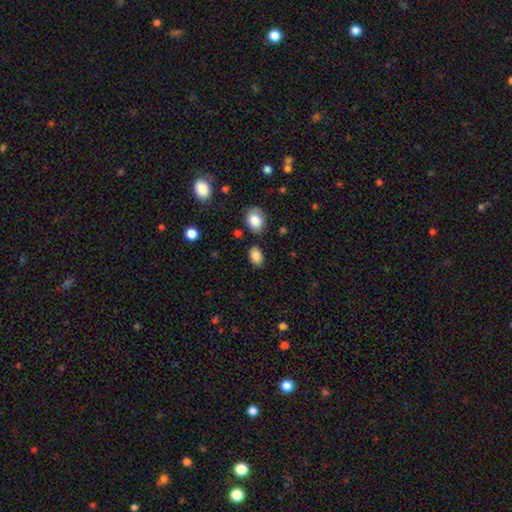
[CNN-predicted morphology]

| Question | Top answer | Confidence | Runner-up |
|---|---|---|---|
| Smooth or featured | smooth | 85% | star or artifact (8%) |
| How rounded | in between | 83% | round (16%) |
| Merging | none | 80% | minor disturbance (12%) |